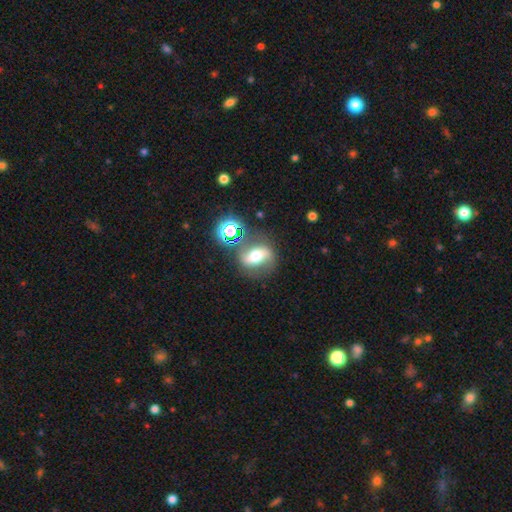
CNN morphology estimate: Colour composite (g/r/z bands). It shows a featured or disk galaxy (56%). Merging: none (71%).